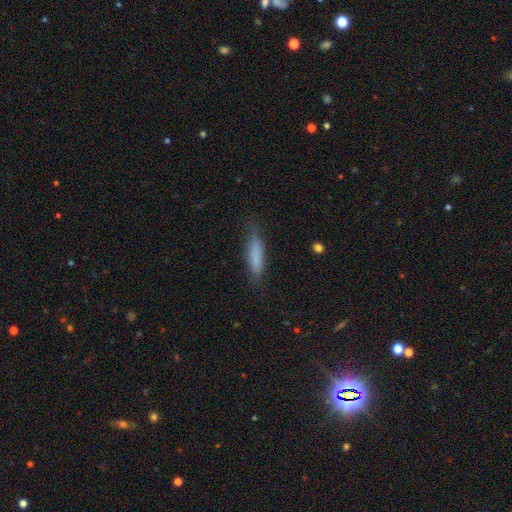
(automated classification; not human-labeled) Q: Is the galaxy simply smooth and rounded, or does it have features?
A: smooth — 77%.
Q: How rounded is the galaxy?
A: cigar-shaped — 79%.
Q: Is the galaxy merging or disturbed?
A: none — 76%.